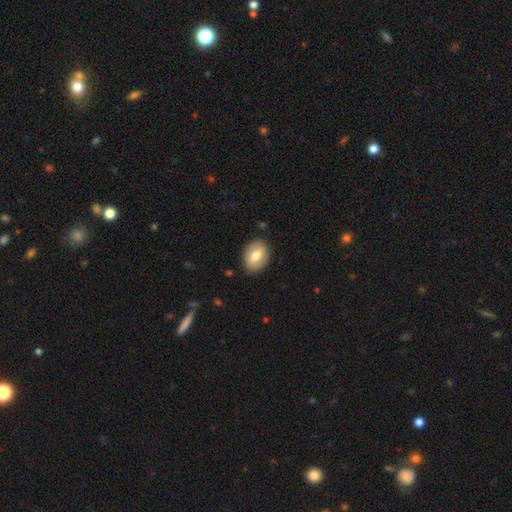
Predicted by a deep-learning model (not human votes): Smooth or featured: smooth — 74% (featured or disk — 19%)
How rounded: in between — 78% (round — 21%)
Merging: none — 87% (minor disturbance — 9%)